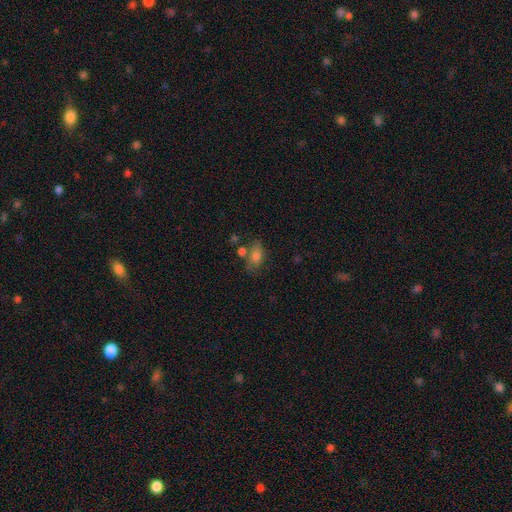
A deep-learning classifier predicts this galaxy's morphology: Smooth or featured: smooth — 71% (featured or disk — 15%)
How rounded: in between — 82% (round — 13%)
Merging: none — 53% (minor disturbance — 20%)